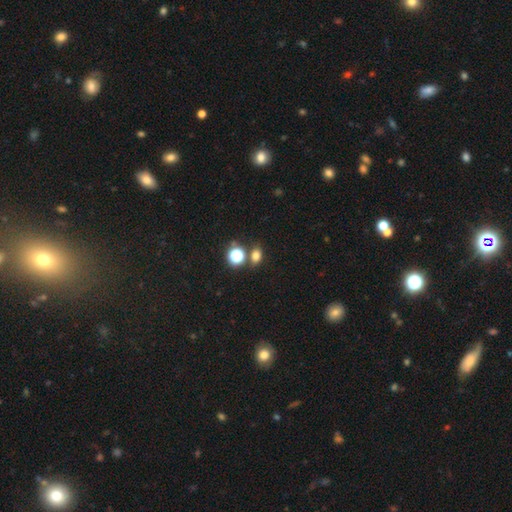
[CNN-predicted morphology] Smooth or featured? Predicted: smooth (p=0.73). How rounded? Predicted: in between (p=0.61). Merging? Predicted: none (p=0.72).